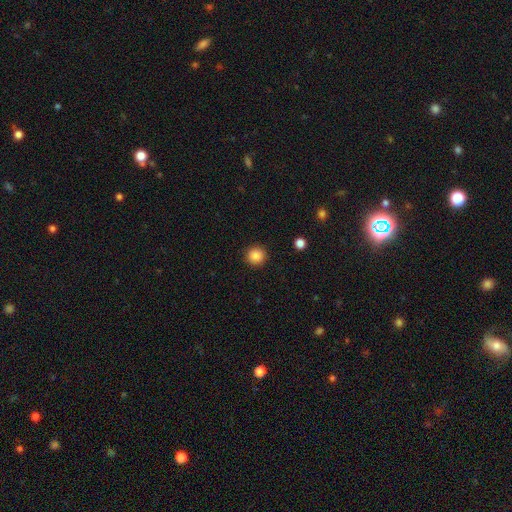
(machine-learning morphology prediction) A smooth galaxy with no disk features (86%) that is round (95%). Merging: none (92%).